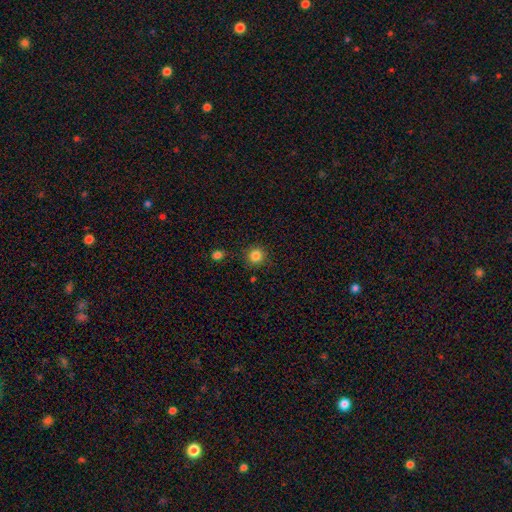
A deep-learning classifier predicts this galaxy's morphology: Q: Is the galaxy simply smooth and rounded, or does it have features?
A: smooth — 84%.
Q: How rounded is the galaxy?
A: round — 93%.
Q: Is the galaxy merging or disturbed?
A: none — 87%.